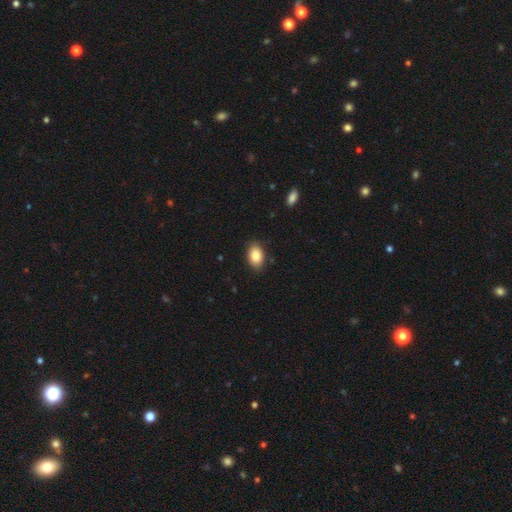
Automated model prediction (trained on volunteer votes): Smooth or featured? Predicted: smooth (p=0.86). How rounded? Predicted: in between (p=0.89). Merging? Predicted: none (p=0.87).